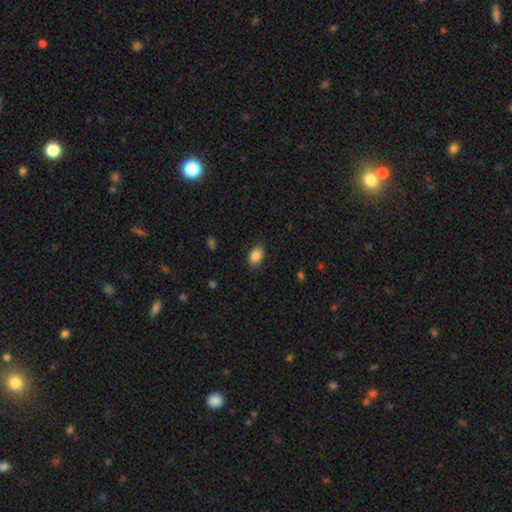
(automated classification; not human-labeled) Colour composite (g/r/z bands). It shows a smooth galaxy with no disk features (87%) that is in between round and cigar-shaped (85%). Merging: none (84%).